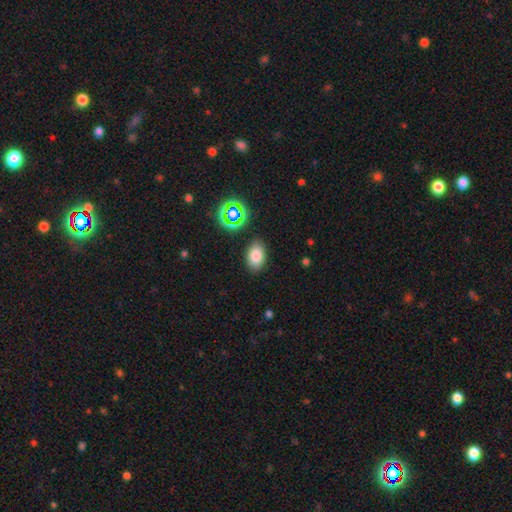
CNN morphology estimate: Smooth or featured: smooth — 78% (star or artifact — 13%)
How rounded: in between — 86% (round — 13%)
Merging: none — 86% (minor disturbance — 10%)